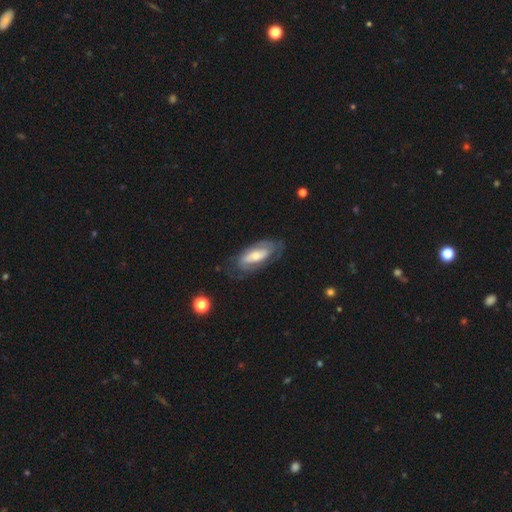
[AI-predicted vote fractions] smooth_or_featured: featured or disk (p=0.67) [alt: smooth p=0.27]
disk_edge_on: no (p=0.87) [alt: yes p=0.13]
bar: no (p=0.52) [alt: weak p=0.31]
has_spiral_arms: yes (p=0.68) [alt: no p=0.32]
bulge_size: moderate (p=0.53) [alt: small p=0.39]
merging: none (p=0.72) [alt: minor disturbance p=0.18]